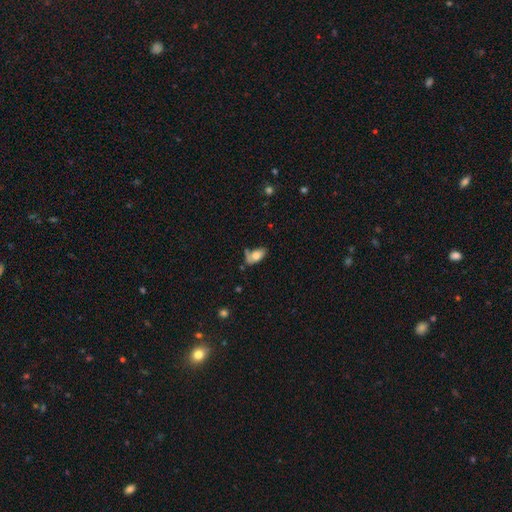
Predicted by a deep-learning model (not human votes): This is likely a smooth galaxy (72%). How rounded: clearly in between (92%). Merging: marginally none (43%).